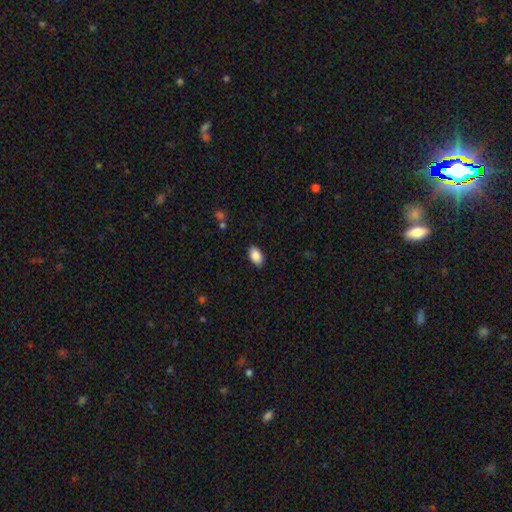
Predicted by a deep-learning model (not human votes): Overall: smooth (88%). How rounded: in between (92%). Merging: none (87%).